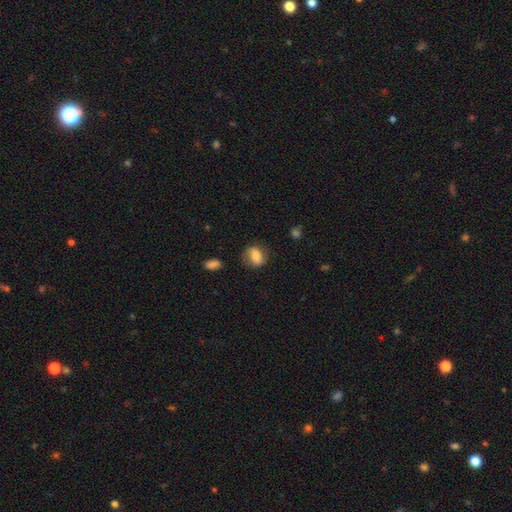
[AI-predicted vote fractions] Morphology: type=smooth (69%); roundness=in between (64%); merging=none (72%).